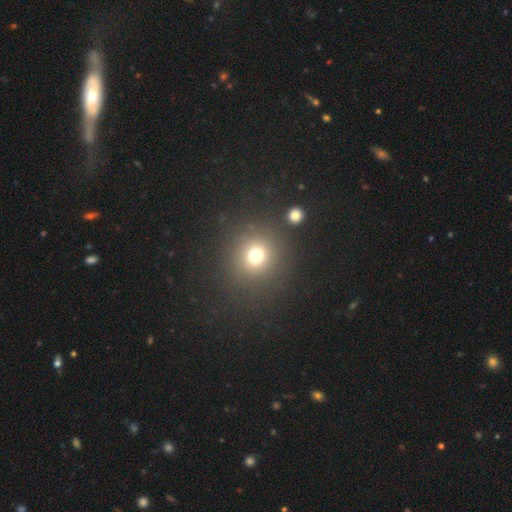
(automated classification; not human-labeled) A smooth galaxy with no disk features (73%) that is round (88%).

Vote fractions:
- Smooth or featured? smooth: 73% / star or artifact: 19% / featured or disk: 9%
- How rounded? round: 88% / in between: 11% / cigar-shaped: 1%
- Merging? none: 83% / minor disturbance: 8% / major disturbance: 5% / merger: 4%